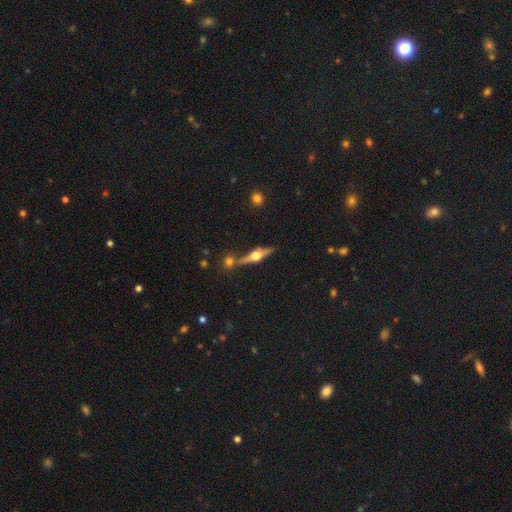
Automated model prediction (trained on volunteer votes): featured or disk 78%, smooth 15%, star or artifact 7%. Down the decision tree: edge-on disk — yes (96%); edge-on bulge — rounded (95%); merging — none (74%).